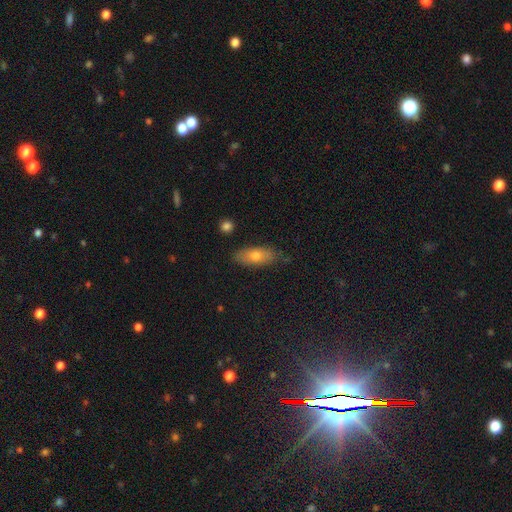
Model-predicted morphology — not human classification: Smooth or featured? smooth (69%)
How rounded? in between (71%)
Merging? none (81%)